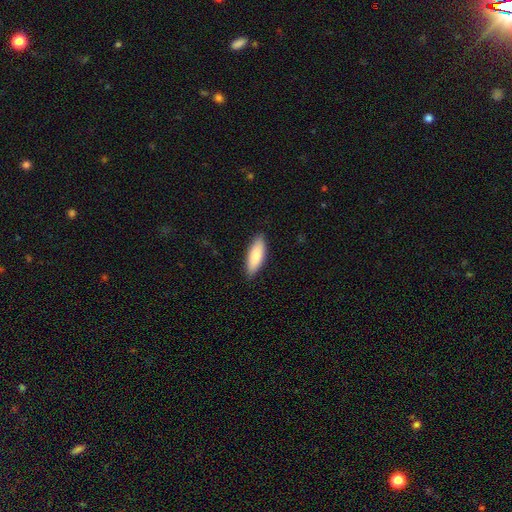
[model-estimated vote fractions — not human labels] This is clearly a smooth galaxy (84%). How rounded: likely in between (61%). Merging: clearly none (88%).